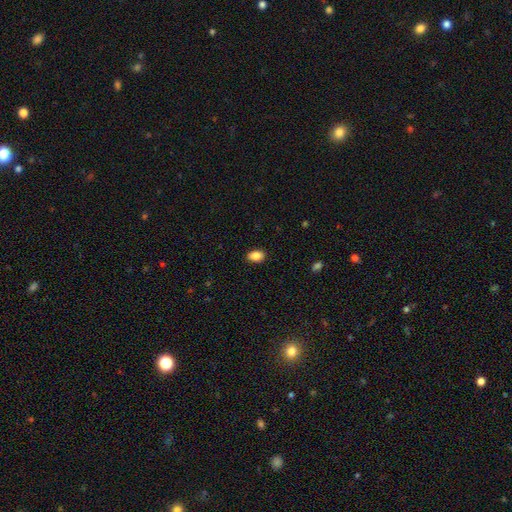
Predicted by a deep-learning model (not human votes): smooth 87%, star or artifact 8%, featured or disk 5%. Down the decision tree: how rounded — in between (87%); merging — none (88%).